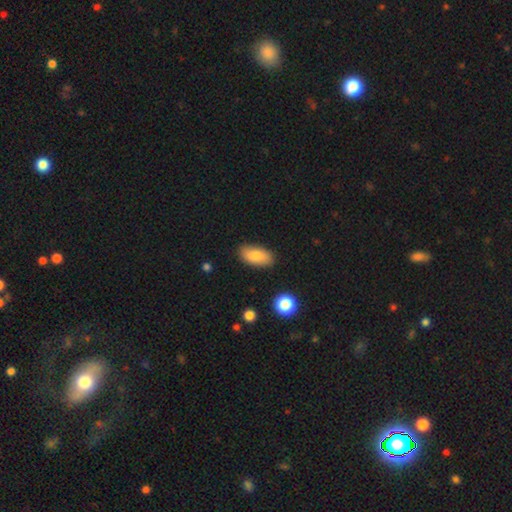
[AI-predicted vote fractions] smooth 82%, featured or disk 12%, star or artifact 7%. Down the decision tree: how rounded — in between (92%); merging — none (83%).